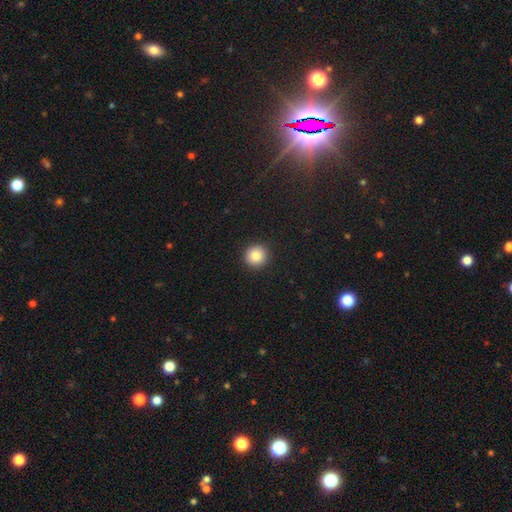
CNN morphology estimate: Smooth or featured?
  - smooth: 86% *
  - star or artifact: 10%
  - featured or disk: 4%
How rounded?
  - round: 94% *
  - in between: 5%
  - cigar-shaped: 1%
Merging?
  - none: 93% *
  - minor disturbance: 5%
  - major disturbance: 2%
  - merger: 1%